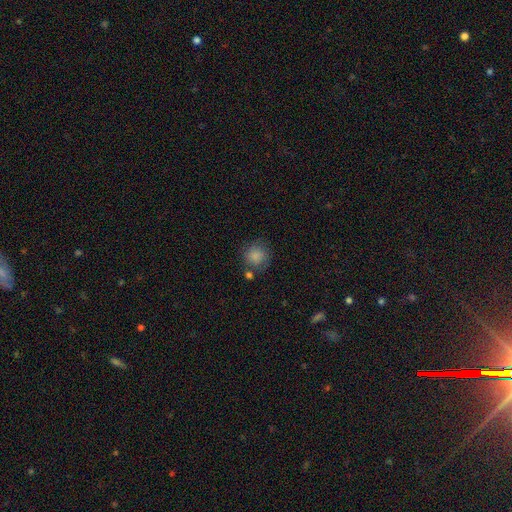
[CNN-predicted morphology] This appears to be a smooth galaxy with no disk features (83%) that is round (89%). Merging: none (68%).